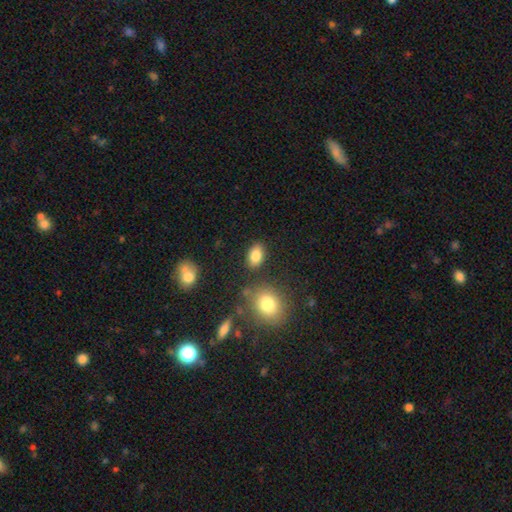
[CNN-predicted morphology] The model was most divided on "how rounded": in between: 84%, round: 14%, cigar-shaped: 2%. More confident: smooth or featured — smooth (84%); merging — none (82%).